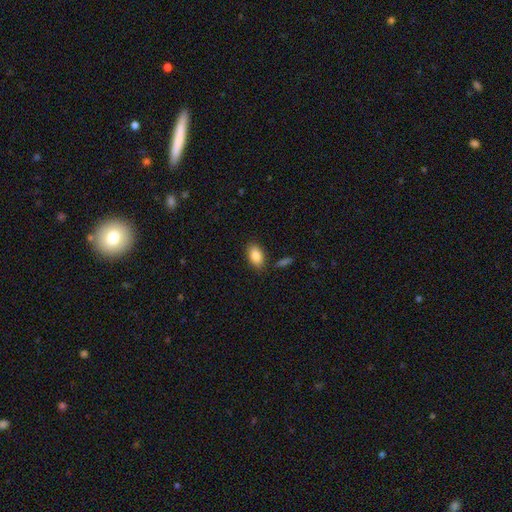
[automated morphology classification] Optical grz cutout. It shows a smooth galaxy with no disk features (87%) that is in between round and cigar-shaped (91%). Merging: none (83%).